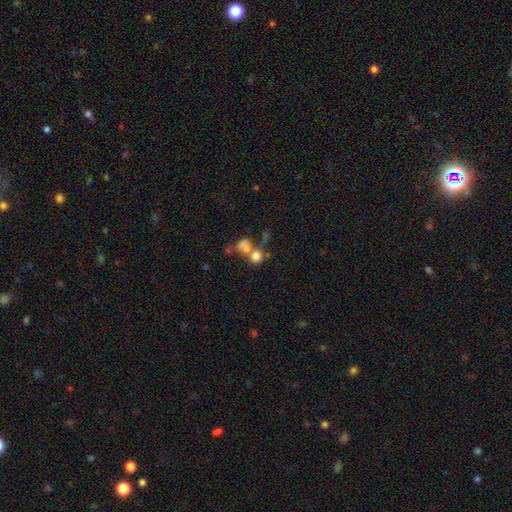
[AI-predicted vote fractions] smooth_or_featured: smooth (p=0.70) [alt: featured or disk p=0.17]
how_rounded: round (p=0.78) [alt: in between p=0.20]
merging: merger (p=0.53) [alt: none p=0.31]